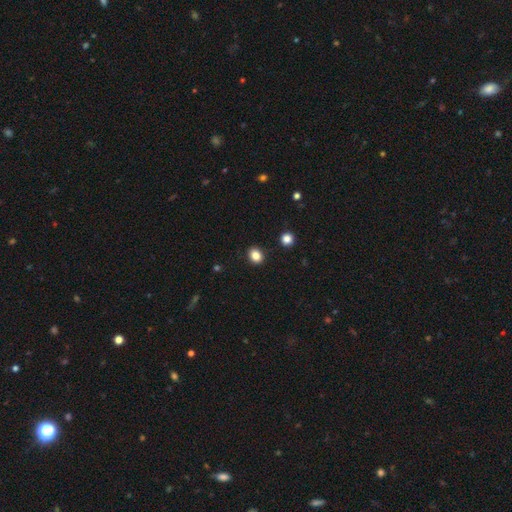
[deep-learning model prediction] Q: Smooth or featured?
A: smooth (85%); runner-up: star or artifact (11%)
Q: How rounded?
A: round (59%); runner-up: in between (40%)
Q: Merging?
A: none (90%); runner-up: minor disturbance (7%)